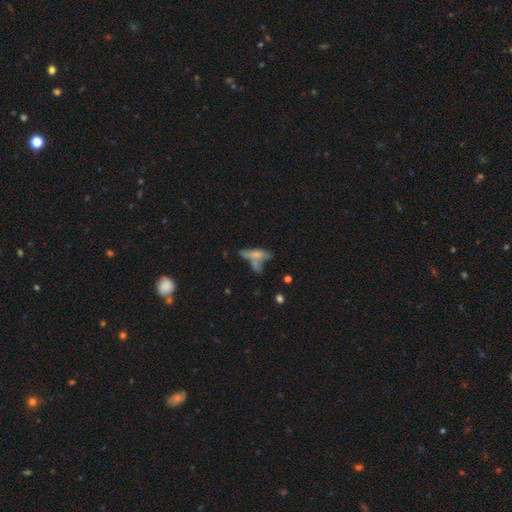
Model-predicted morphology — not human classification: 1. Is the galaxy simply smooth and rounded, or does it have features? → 56% smooth, 31% featured or disk, 12% star or artifact.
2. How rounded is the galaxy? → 48% cigar-shaped, 46% in between, 6% round.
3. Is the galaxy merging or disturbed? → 36% merger, 33% none, 16% major disturbance, 15% minor disturbance.